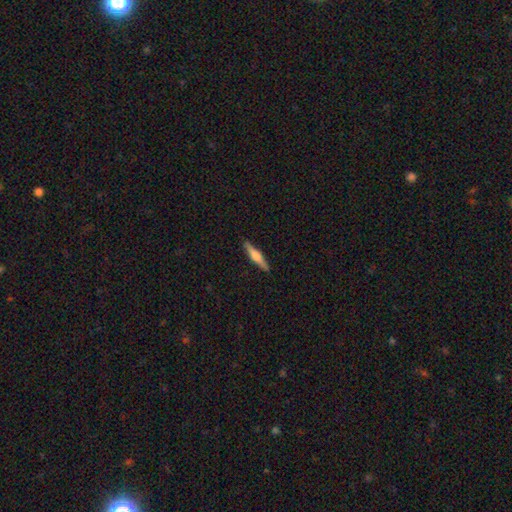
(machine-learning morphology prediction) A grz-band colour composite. It shows a featured or disk galaxy (55%) viewed edge-on (97%) with a rounded central bulge (78%). Merging: none (90%).